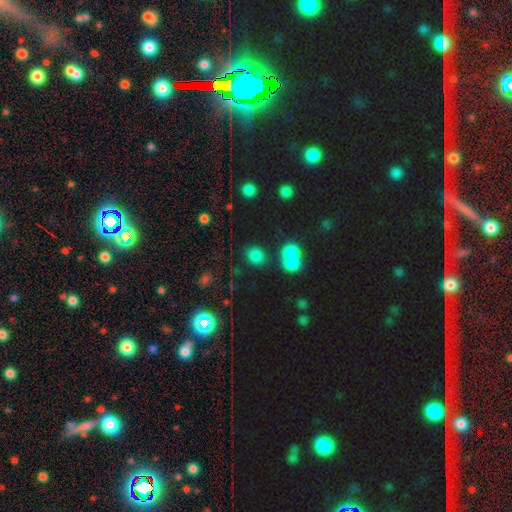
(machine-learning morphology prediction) A smooth galaxy with no disk features (77%) that is round (73%). Merging: none (58%).